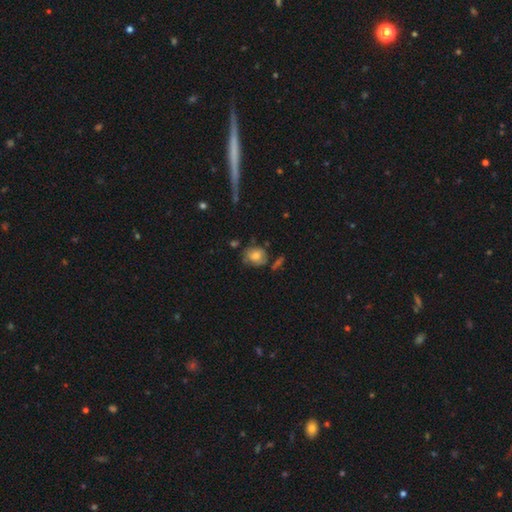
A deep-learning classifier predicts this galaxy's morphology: Q: Smooth or featured?
A: smooth (67%); runner-up: featured or disk (23%)
Q: How rounded?
A: round (64%); runner-up: in between (35%)
Q: Merging?
A: none (60%); runner-up: minor disturbance (24%)